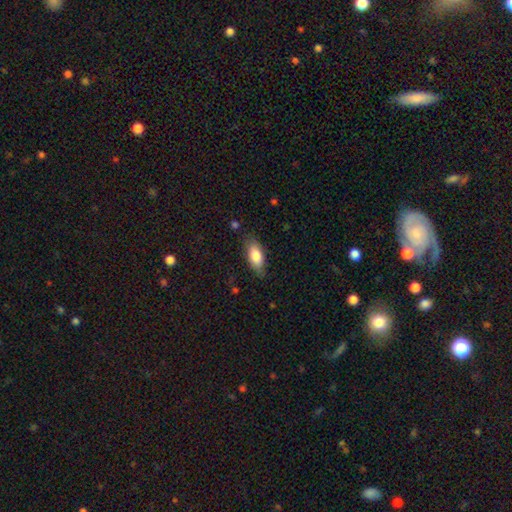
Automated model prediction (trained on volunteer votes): A smooth galaxy with no disk features (81%) that is in between round and cigar-shaped (83%). Merging: none (80%).